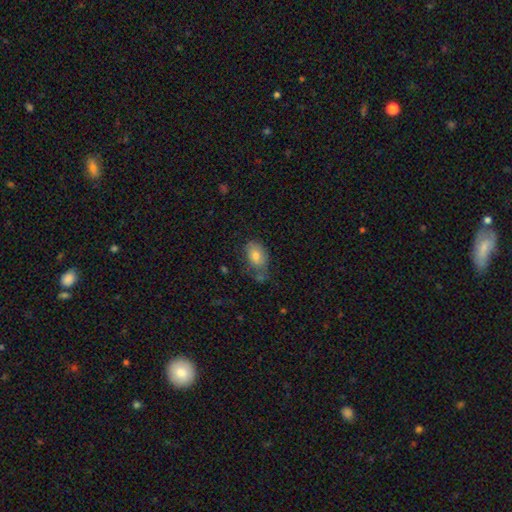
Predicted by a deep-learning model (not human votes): smooth_or_featured: smooth (p=0.76) [alt: featured or disk p=0.16]
how_rounded: in between (p=0.84) [alt: round p=0.14]
merging: none (p=0.55) [alt: minor disturbance p=0.27]